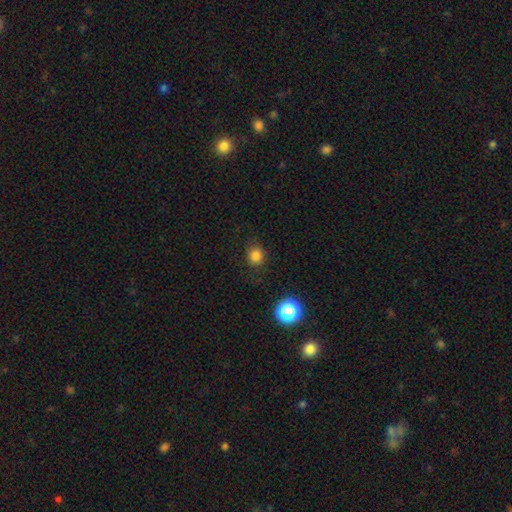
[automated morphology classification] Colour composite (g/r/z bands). It shows a smooth galaxy with no disk features (81%) that is round (82%). Merging: none (85%).